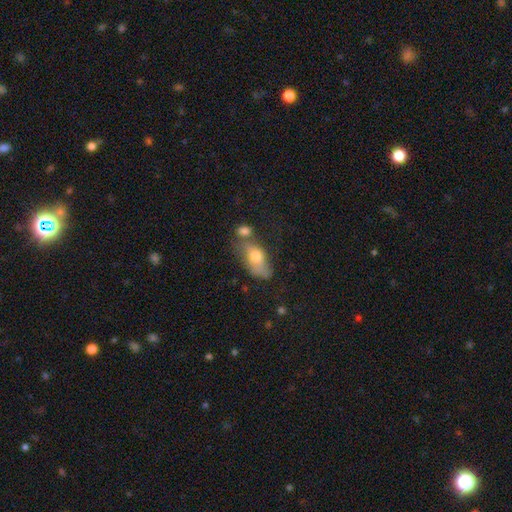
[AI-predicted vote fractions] This appears to be a smooth galaxy with no disk features (63%) that is in between round and cigar-shaped (82%). Merging: none (32%).